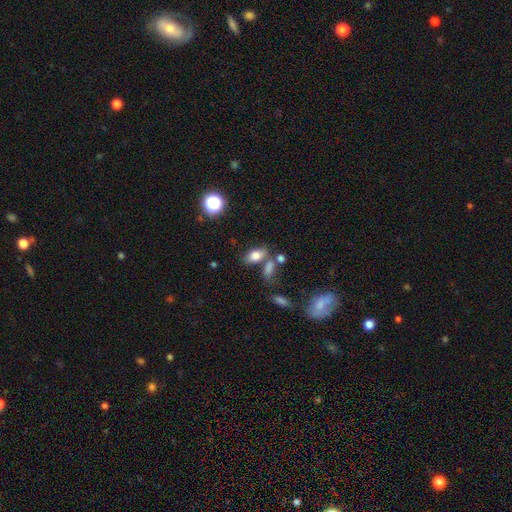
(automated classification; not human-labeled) Q: Smooth or featured?
A: smooth (77%); runner-up: featured or disk (12%)
Q: How rounded?
A: in between (86%); runner-up: round (9%)
Q: Merging?
A: none (60%); runner-up: merger (20%)